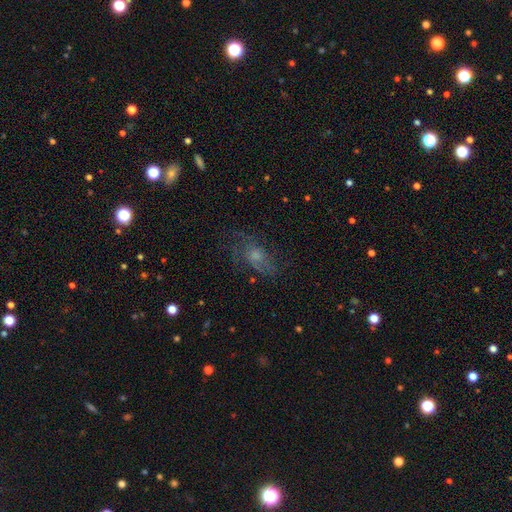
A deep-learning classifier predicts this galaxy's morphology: smooth_or_featured: featured or disk (p=0.55) [alt: smooth p=0.26]
disk_edge_on: no (p=0.93) [alt: yes p=0.07]
bar: no (p=0.78) [alt: weak p=0.19]
has_spiral_arms: yes (p=0.77) [alt: no p=0.23]
bulge_size: moderate (p=0.46) [alt: small p=0.34]
merging: none (p=0.62) [alt: minor disturbance p=0.19]